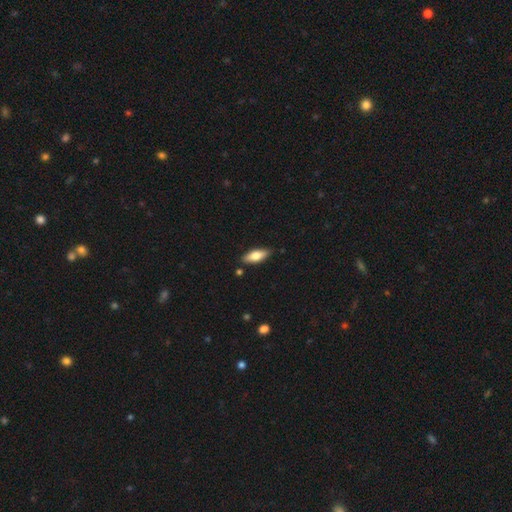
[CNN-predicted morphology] smooth_or_featured: smooth (p=0.69) [alt: featured or disk p=0.25]
how_rounded: in between (p=0.70) [alt: cigar-shaped p=0.27]
merging: none (p=0.86) [alt: minor disturbance p=0.10]